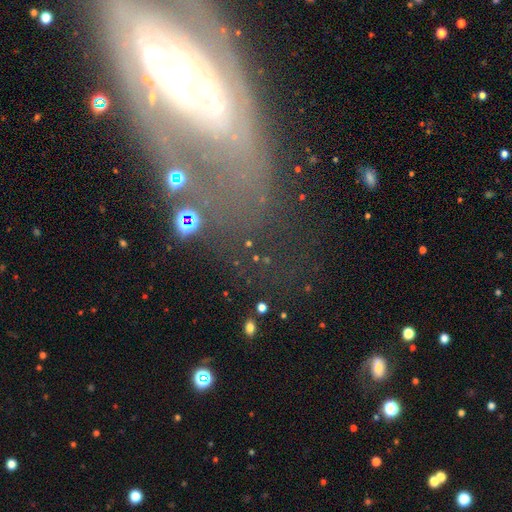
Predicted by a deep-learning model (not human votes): The model was most divided on "merging": none: 39%, major disturbance: 35%, minor disturbance: 17%, merger: 9%. More confident: edge-on disk — no (86%); smooth or featured — featured or disk (52%).